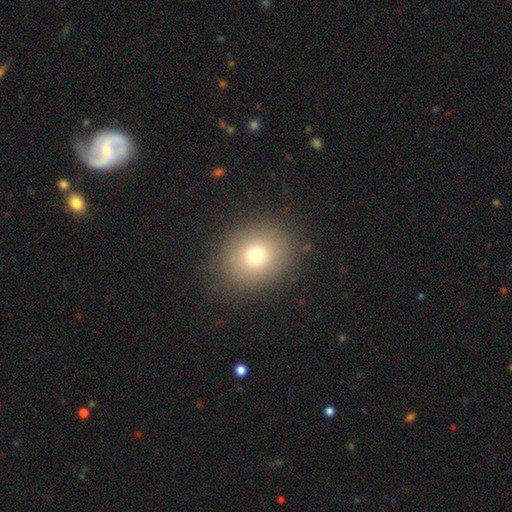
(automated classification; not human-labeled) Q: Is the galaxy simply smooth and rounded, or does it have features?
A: smooth — 73%.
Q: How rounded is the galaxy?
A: round — 66%.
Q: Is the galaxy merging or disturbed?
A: none — 85%.